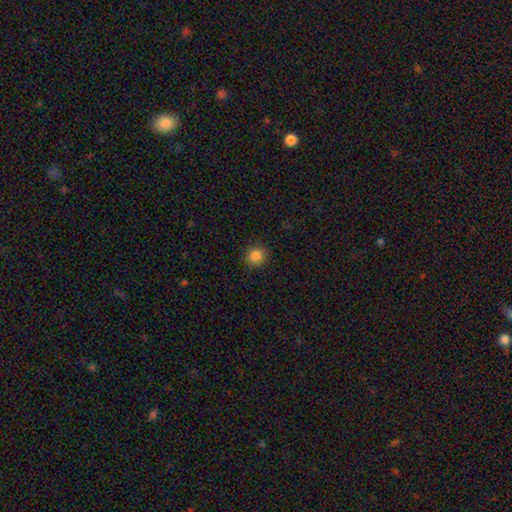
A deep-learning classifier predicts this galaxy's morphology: smooth-or-featured: smooth: 85% | star or artifact: 11% | featured or disk: 4%
  how-rounded: round: 93% | in between: 6% | cigar-shaped: 1%
  merging: none: 91% | minor disturbance: 6% | major disturbance: 2% | merger: 1%